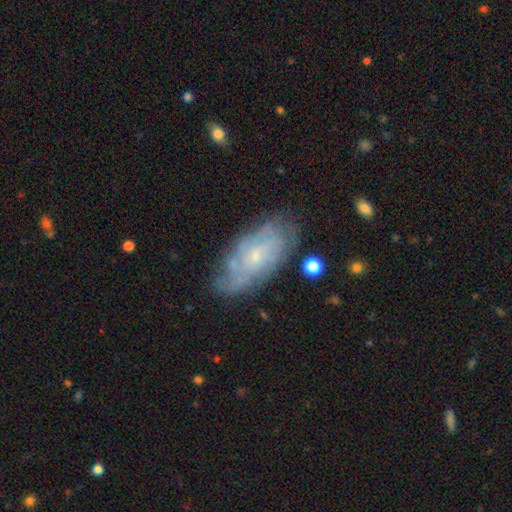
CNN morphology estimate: The model was most divided on "spiral winding": tight: 59%, medium: 30%, loose: 10%. More confident: edge-on disk — no (92%); spiral arms — yes (84%); bulge size — small (76%); bar — no (72%); smooth or featured — featured or disk (70%); merging — none (69%); spiral arm count — can't tell (57%).